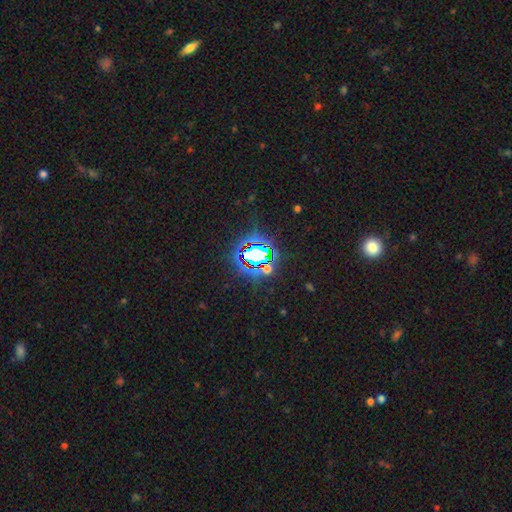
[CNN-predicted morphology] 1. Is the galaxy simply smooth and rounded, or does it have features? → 74% star or artifact, 15% smooth, 11% featured or disk.